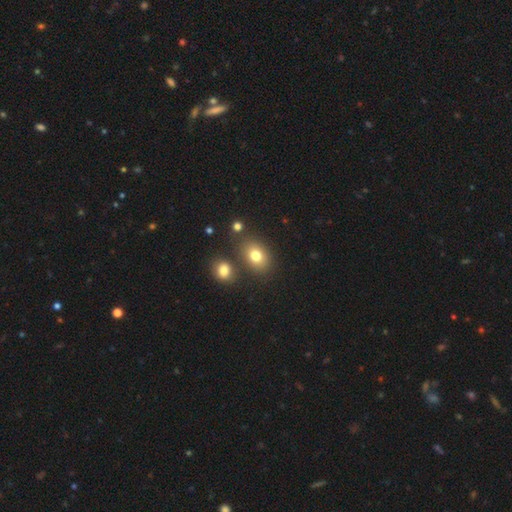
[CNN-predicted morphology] Overall: smooth (78%). How rounded: in between (66%; round 33%). Merging: none (74%).